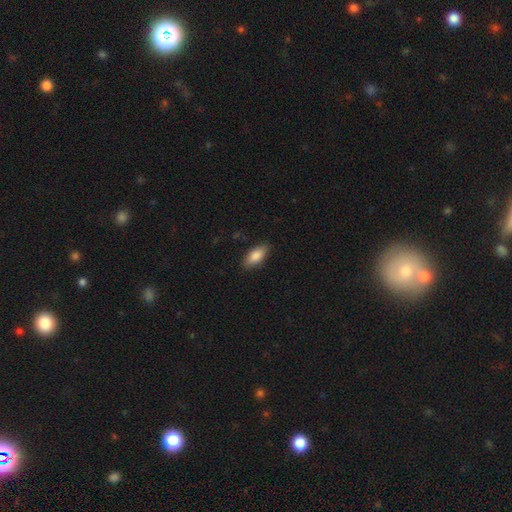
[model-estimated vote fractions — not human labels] Smooth or featured: smooth — 85% (featured or disk — 9%)
How rounded: in between — 84% (cigar-shaped — 14%)
Merging: none — 86% (minor disturbance — 11%)